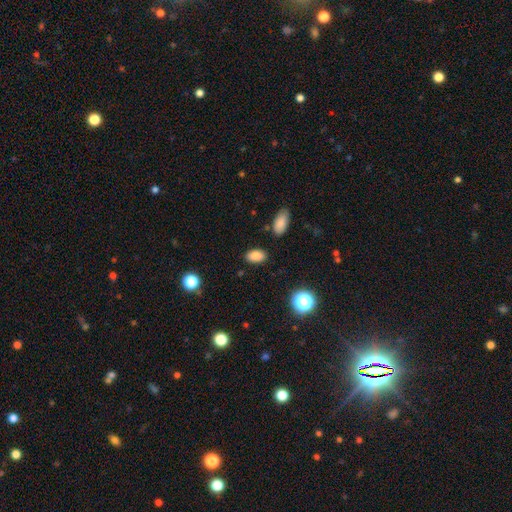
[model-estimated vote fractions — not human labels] Smooth or featured: smooth — 84% (star or artifact — 10%)
How rounded: in between — 90% (round — 8%)
Merging: none — 87% (minor disturbance — 9%)